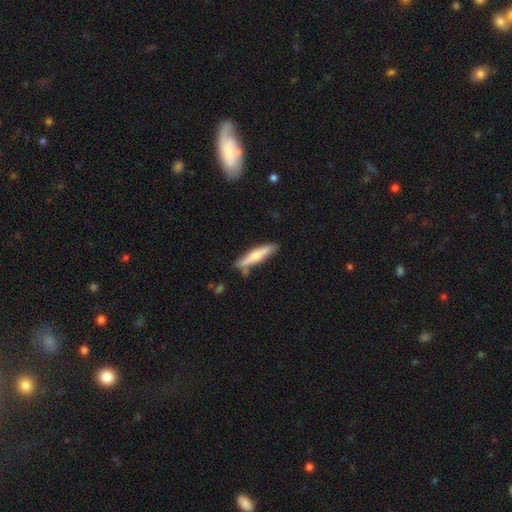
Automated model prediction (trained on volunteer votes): Smooth or featured: smooth — 54% (featured or disk — 40%)
How rounded: cigar-shaped — 84% (in between — 14%)
Merging: none — 78% (minor disturbance — 14%)